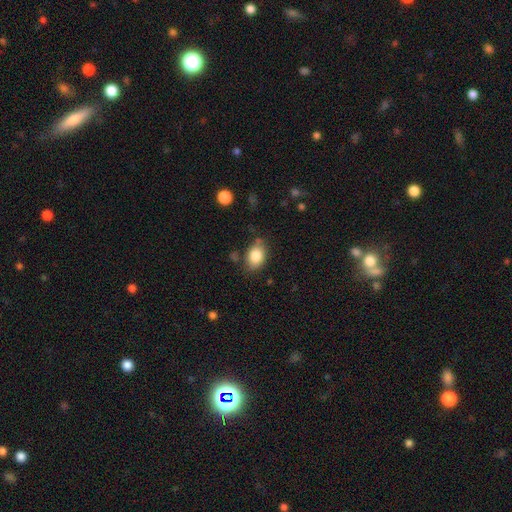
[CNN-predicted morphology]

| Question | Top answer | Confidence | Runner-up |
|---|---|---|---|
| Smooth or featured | smooth | 84% | star or artifact (8%) |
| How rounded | in between | 79% | round (19%) |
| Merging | none | 74% | minor disturbance (18%) |